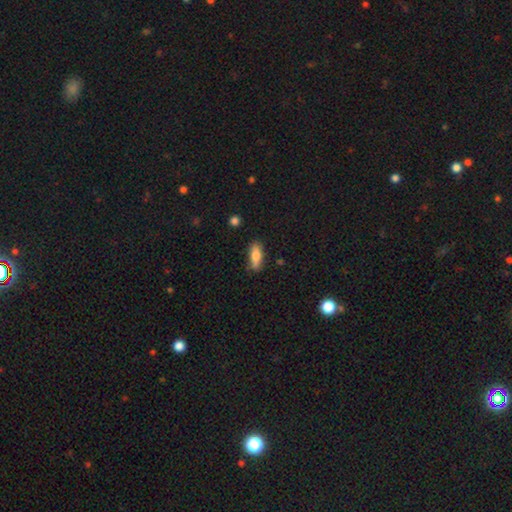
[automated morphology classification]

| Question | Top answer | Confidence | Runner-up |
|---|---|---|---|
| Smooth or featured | smooth | 73% | featured or disk (20%) |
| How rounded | in between | 64% | cigar-shaped (33%) |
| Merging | none | 80% | minor disturbance (15%) |